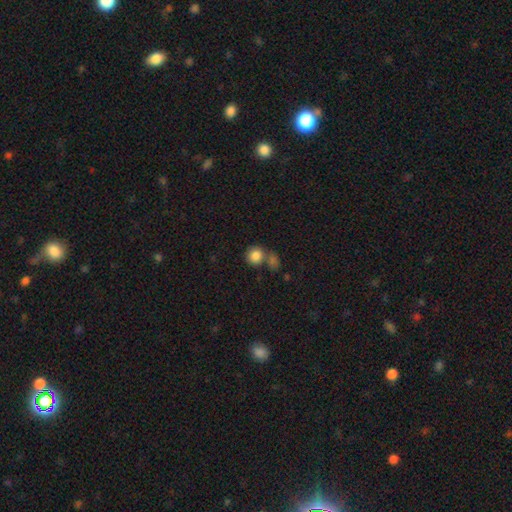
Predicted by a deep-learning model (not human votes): Morphology: type=smooth (85%); roundness=round (84%); merging=none (50%).